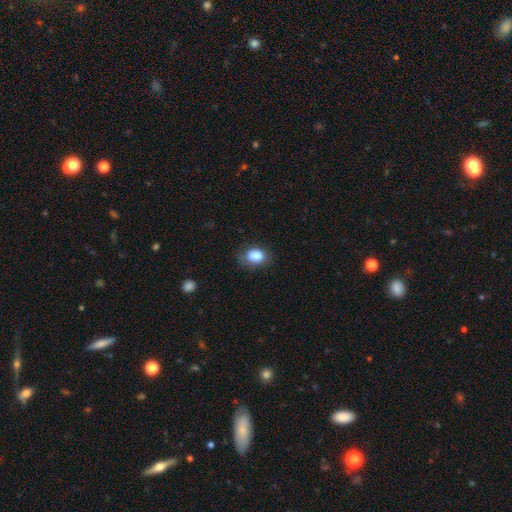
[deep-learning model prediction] Smooth or featured?
  - smooth: 85% *
  - star or artifact: 9%
  - featured or disk: 6%
How rounded?
  - in between: 67% *
  - round: 32%
  - cigar-shaped: 1%
Merging?
  - none: 70% *
  - minor disturbance: 22%
  - major disturbance: 6%
  - merger: 1%